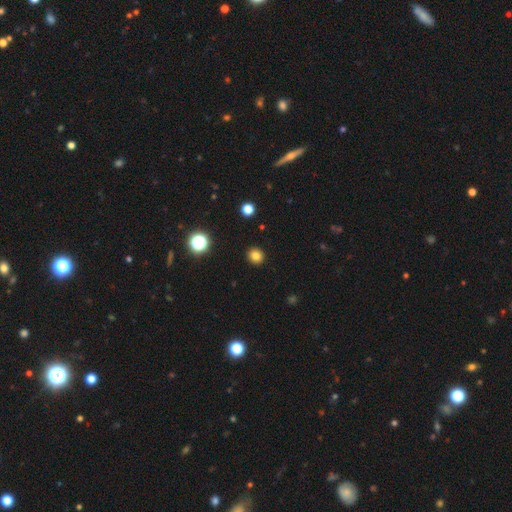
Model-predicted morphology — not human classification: A smooth galaxy with no disk features (82%) that is round (90%). Merging: none (92%).